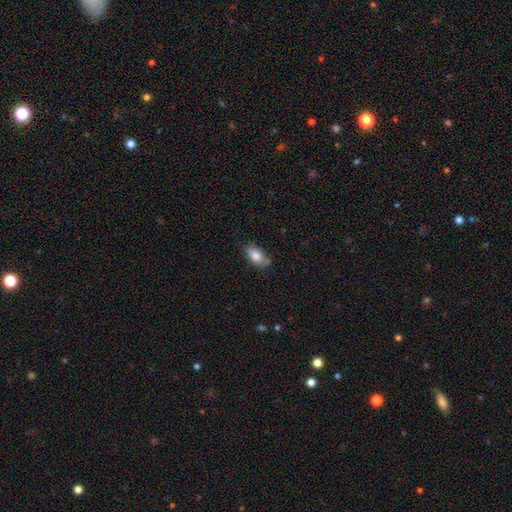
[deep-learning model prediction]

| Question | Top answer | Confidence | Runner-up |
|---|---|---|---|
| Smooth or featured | smooth | 84% | featured or disk (8%) |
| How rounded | in between | 91% | round (6%) |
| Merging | none | 75% | minor disturbance (19%) |